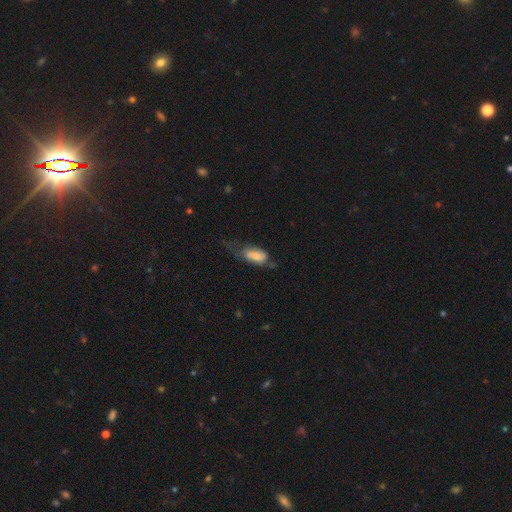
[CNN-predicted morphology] Smooth or featured? smooth (67%)
How rounded? in between (86%)
Merging? major disturbance (40%)